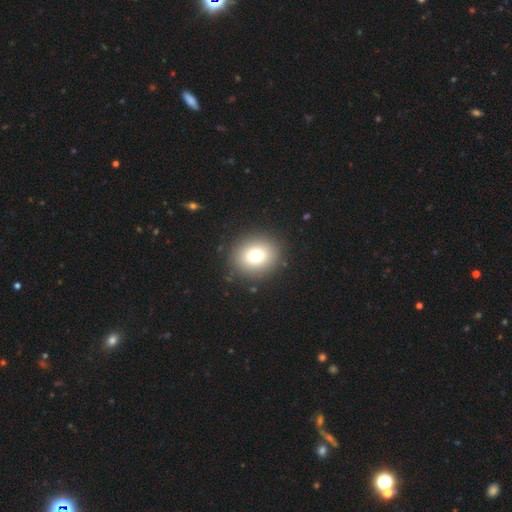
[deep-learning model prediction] Smooth or featured: smooth — 77% (star or artifact — 12%)
How rounded: round — 71% (in between — 28%)
Merging: none — 89% (minor disturbance — 7%)